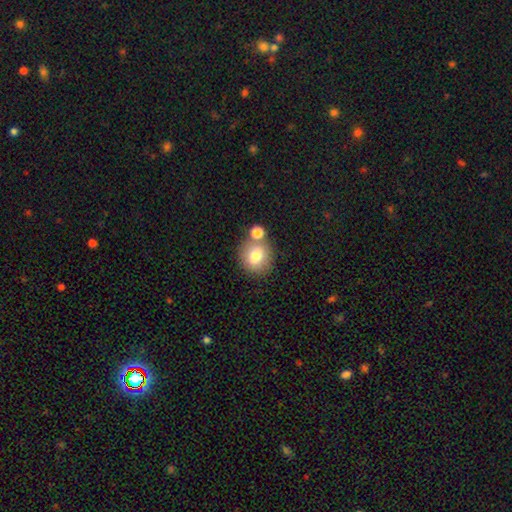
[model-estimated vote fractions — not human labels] Overall: smooth (77%). How rounded: round (81%). Merging: none (63%).